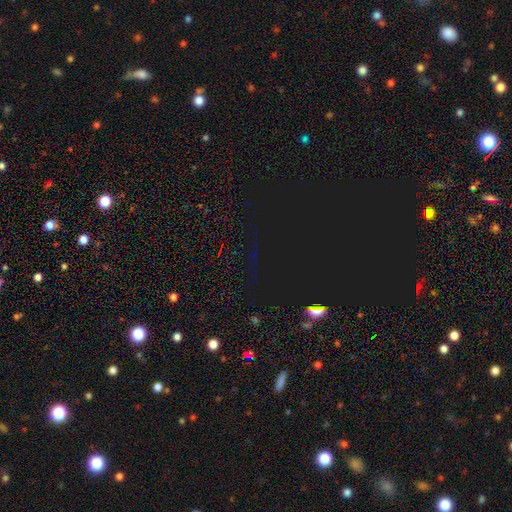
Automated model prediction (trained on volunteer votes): This appears to be a star or artifact, not a galaxy (83%).